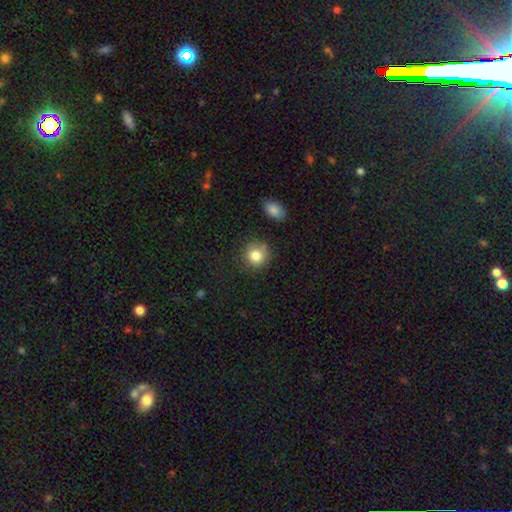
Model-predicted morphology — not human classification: This is clearly a smooth galaxy (84%). How rounded: clearly round (87%). Merging: likely none (76%).